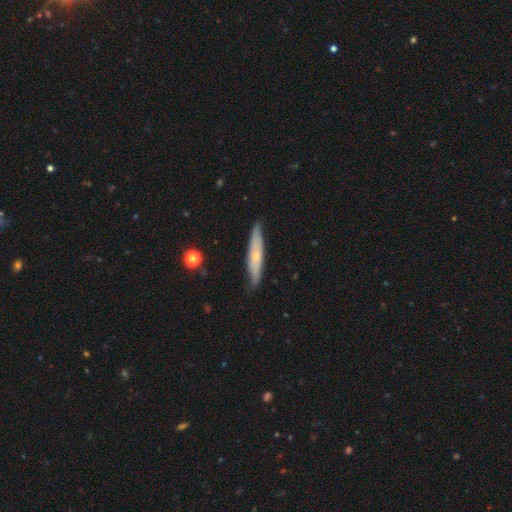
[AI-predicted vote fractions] Smooth or featured?
  - smooth: 47% * (tied)
  - featured or disk: 47% * (tied)
  - star or artifact: 6%
Merging?
  - none: 80% *
  - minor disturbance: 16%
  - major disturbance: 2%
  - merger: 1%